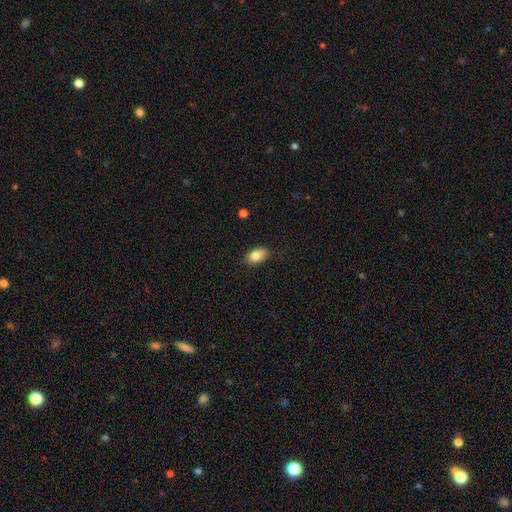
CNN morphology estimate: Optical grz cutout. It shows a smooth galaxy with no disk features (82%) that is in between round and cigar-shaped (89%). Merging: none (85%).